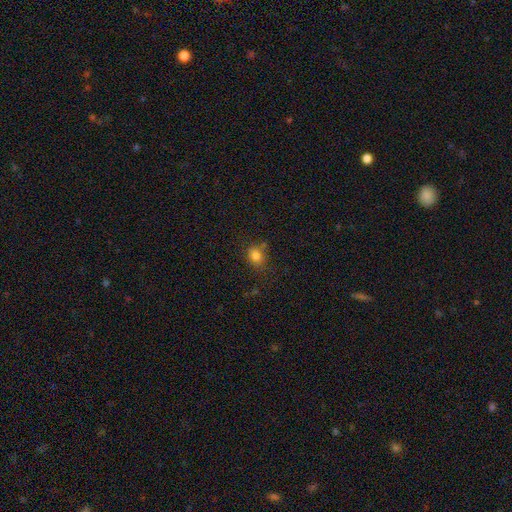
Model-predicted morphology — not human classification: Smooth or featured?
  - smooth: 79% *
  - star or artifact: 13%
  - featured or disk: 8%
How rounded?
  - round: 60% *
  - in between: 38%
  - cigar-shaped: 1%
Merging?
  - none: 67% *
  - minor disturbance: 19%
  - merger: 8%
  - major disturbance: 6%